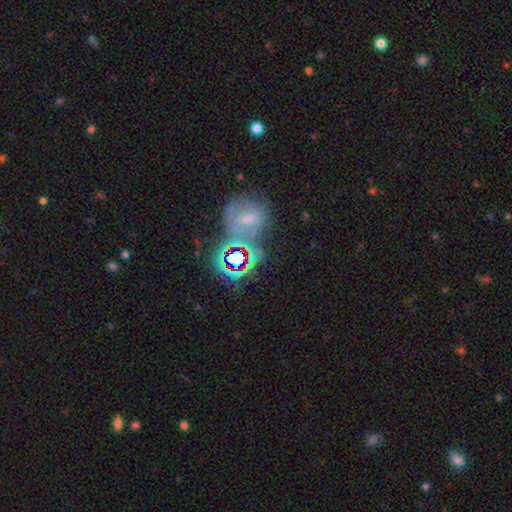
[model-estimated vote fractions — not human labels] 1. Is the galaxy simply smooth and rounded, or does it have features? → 43% featured or disk, 36% star or artifact, 21% smooth.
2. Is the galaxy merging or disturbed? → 45% none, 31% merger, 13% minor disturbance, 11% major disturbance.